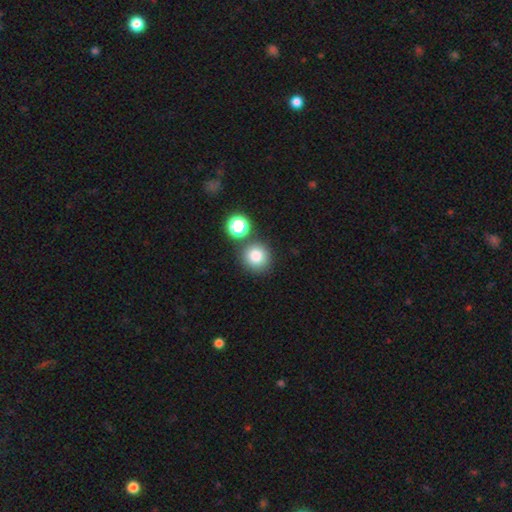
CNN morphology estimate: Q: Smooth or featured?
A: smooth (81%); runner-up: star or artifact (12%)
Q: How rounded?
A: round (91%); runner-up: in between (8%)
Q: Merging?
A: none (76%); runner-up: merger (12%)